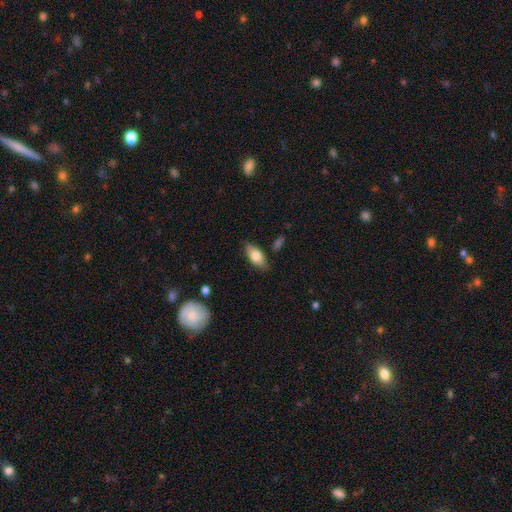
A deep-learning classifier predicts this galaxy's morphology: Q: Smooth or featured?
A: smooth (75%); runner-up: featured or disk (18%)
Q: How rounded?
A: in between (87%); runner-up: cigar-shaped (10%)
Q: Merging?
A: none (83%); runner-up: minor disturbance (13%)